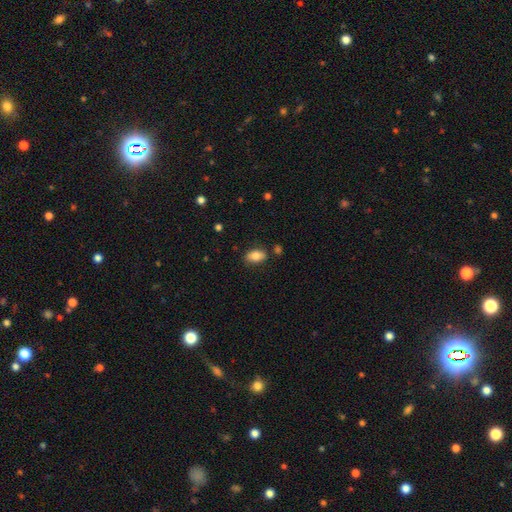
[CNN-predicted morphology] Smooth or featured: smooth — 82% (featured or disk — 11%)
How rounded: in between — 90% (round — 7%)
Merging: none — 82% (minor disturbance — 12%)